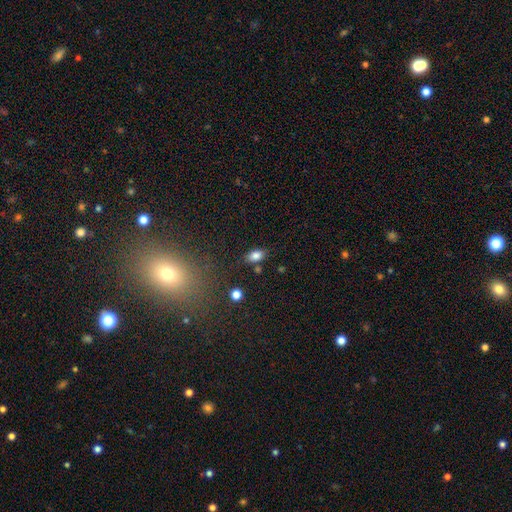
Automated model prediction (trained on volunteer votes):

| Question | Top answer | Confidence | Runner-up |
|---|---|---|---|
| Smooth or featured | smooth | 82% | star or artifact (10%) |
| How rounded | in between | 88% | round (9%) |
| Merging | none | 78% | minor disturbance (13%) |